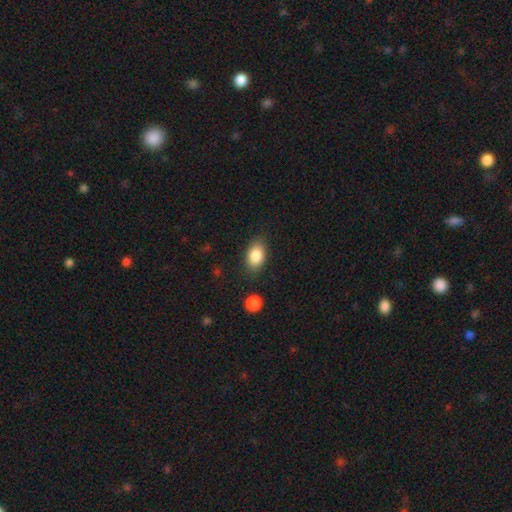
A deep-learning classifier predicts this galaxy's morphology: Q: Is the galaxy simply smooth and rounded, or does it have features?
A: smooth — 85%.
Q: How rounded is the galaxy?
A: in between — 86%.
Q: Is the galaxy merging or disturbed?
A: none — 82%.